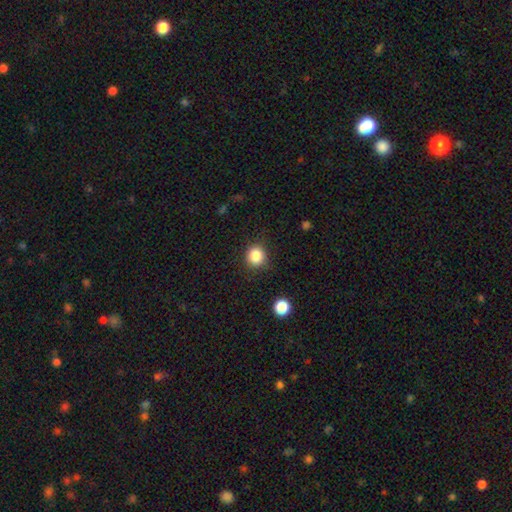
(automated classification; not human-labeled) Overall: smooth (85%). How rounded: round (87%). Merging: none (86%).